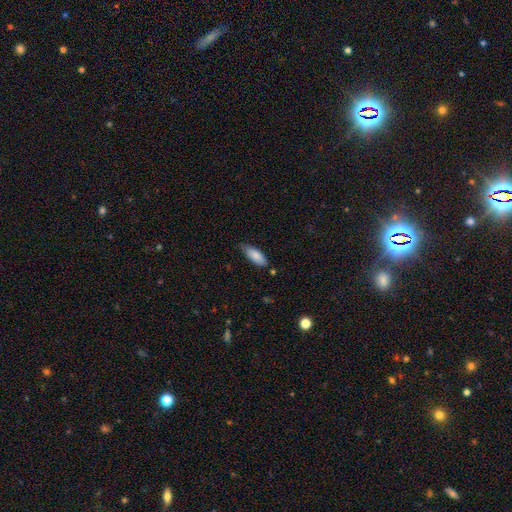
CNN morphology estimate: Q: Smooth or featured?
A: smooth (83%); runner-up: featured or disk (11%)
Q: How rounded?
A: in between (74%); runner-up: cigar-shaped (24%)
Q: Merging?
A: none (67%); runner-up: minor disturbance (27%)